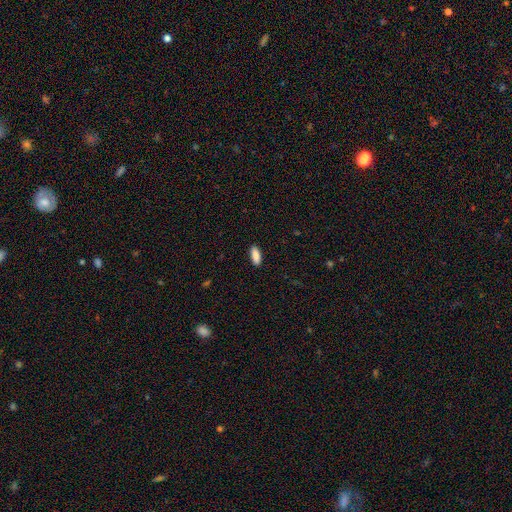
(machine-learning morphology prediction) Smooth or featured? Predicted: smooth (p=0.89). How rounded? Predicted: in between (p=0.77). Merging? Predicted: none (p=0.89).